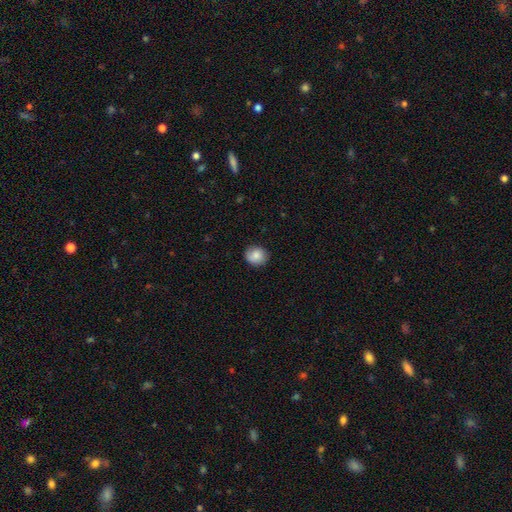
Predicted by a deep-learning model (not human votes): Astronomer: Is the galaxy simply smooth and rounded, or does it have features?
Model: smooth — 84%.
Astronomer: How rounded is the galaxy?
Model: round — 81%.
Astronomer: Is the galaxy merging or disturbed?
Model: none — 85%.